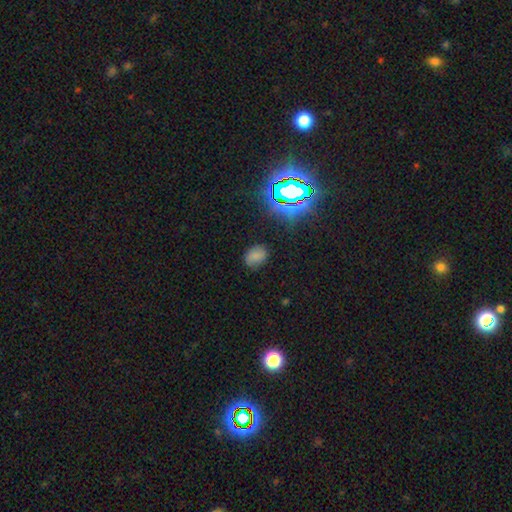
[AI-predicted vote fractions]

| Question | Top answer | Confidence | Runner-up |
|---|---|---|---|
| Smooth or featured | smooth | 69% | star or artifact (20%) |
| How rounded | in between | 69% | round (29%) |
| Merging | none | 79% | minor disturbance (15%) |